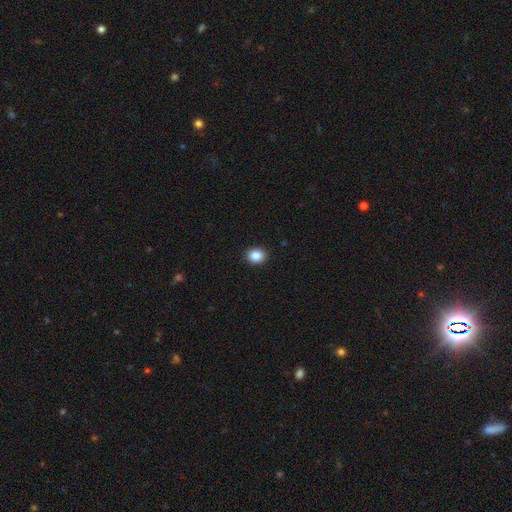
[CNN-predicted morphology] Smooth or featured? Predicted: smooth (p=0.87). How rounded? Predicted: round (p=0.66). Merging? Predicted: none (p=0.92).